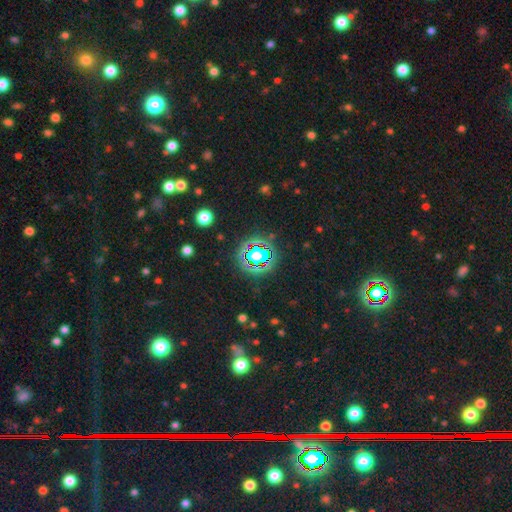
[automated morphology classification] Smooth or featured?
  - star or artifact: 63% *
  - smooth: 26%
  - featured or disk: 11%